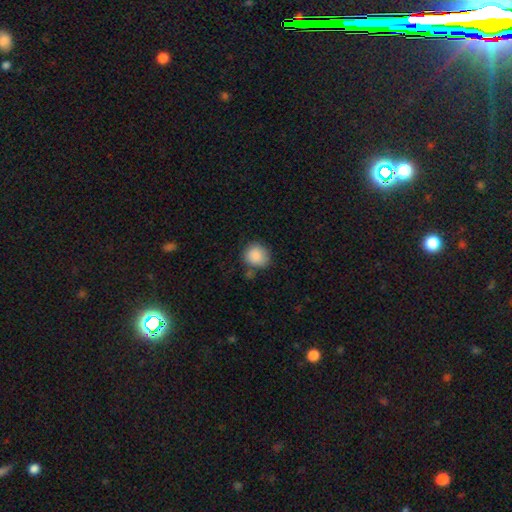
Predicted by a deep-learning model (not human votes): Smooth or featured: smooth — 88% (star or artifact — 8%)
How rounded: round — 85% (in between — 14%)
Merging: none — 72% (minor disturbance — 16%)